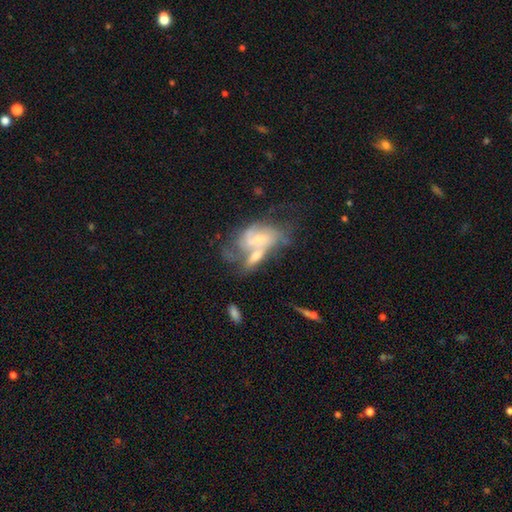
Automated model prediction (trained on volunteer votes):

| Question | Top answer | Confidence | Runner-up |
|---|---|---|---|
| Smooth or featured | featured or disk | 61% | smooth (31%) |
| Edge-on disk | no | 92% | yes (8%) |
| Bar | no | 52% | weak (36%) |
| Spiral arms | yes | 68% | no (32%) |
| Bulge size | small | 47% | moderate (39%) |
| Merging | merger | 59% | none (18%) |